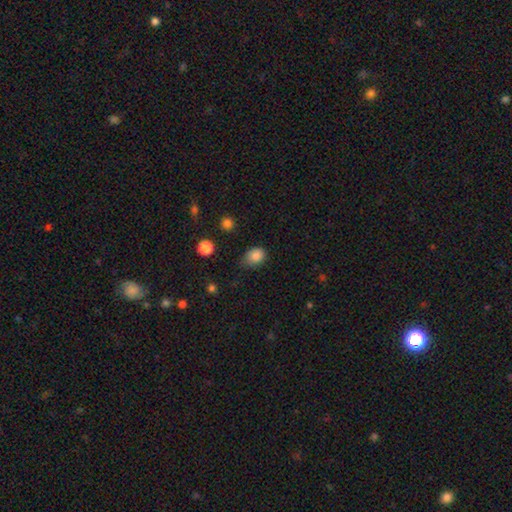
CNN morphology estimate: This appears to be a smooth galaxy with no disk features (83%) that is in between round and cigar-shaped (56%). Merging: none (59%).